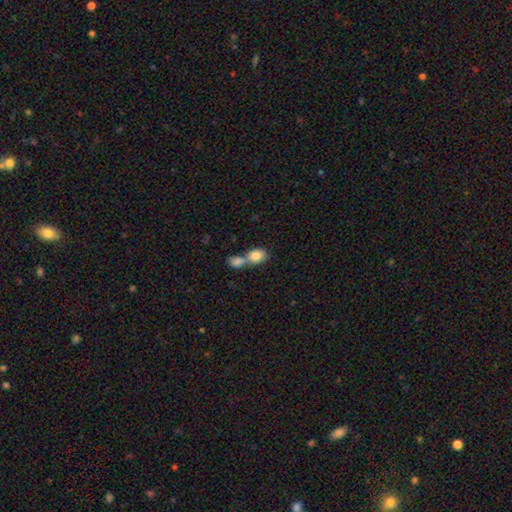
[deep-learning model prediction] Q: Smooth or featured?
A: smooth (84%); runner-up: featured or disk (9%)
Q: How rounded?
A: in between (62%); runner-up: round (36%)
Q: Merging?
A: merger (65%); runner-up: none (25%)